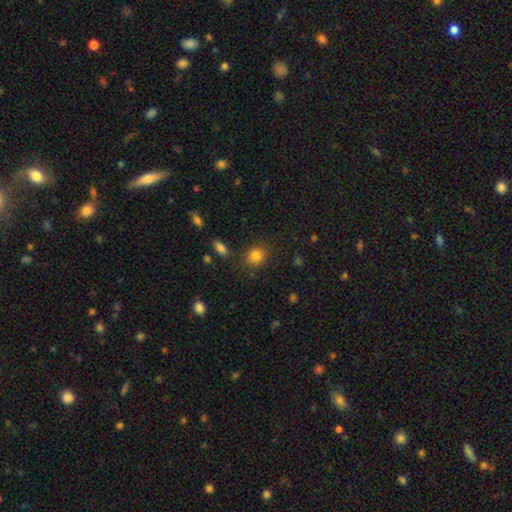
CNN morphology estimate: smooth_or_featured: smooth (p=0.83) [alt: star or artifact p=0.11]
how_rounded: round (p=0.72) [alt: in between p=0.26]
merging: none (p=0.83) [alt: minor disturbance p=0.10]